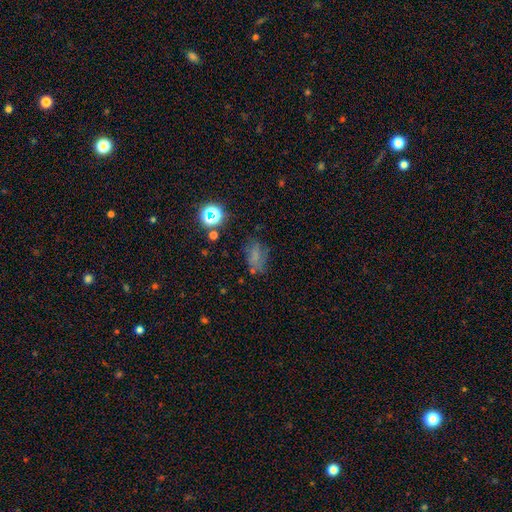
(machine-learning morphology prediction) Smooth or featured? Predicted: smooth (p=0.53). How rounded? Predicted: in between (p=0.78). Merging? Predicted: none (p=0.55).